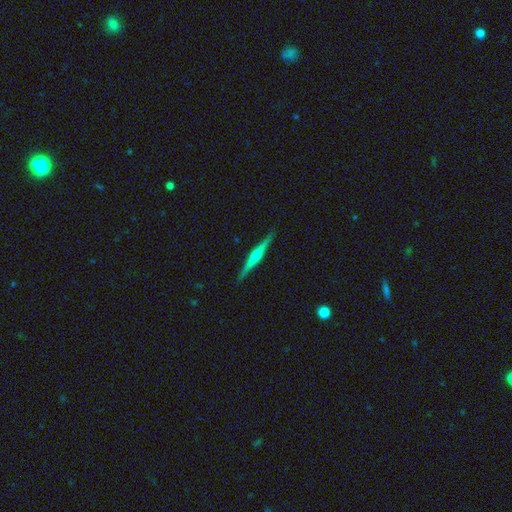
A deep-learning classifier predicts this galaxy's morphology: A featured or disk galaxy (69%) viewed edge-on (98%) with a rounded central bulge (78%).

Vote fractions:
- Smooth or featured? featured or disk: 69% / smooth: 26% / star or artifact: 6%
- Edge-on disk? yes: 98% / no: 2%
- Edge-on bulge? rounded: 78% / none: 12% / boxy: 10%
- Merging? none: 91% / minor disturbance: 7% / major disturbance: 1% / merger: 1%